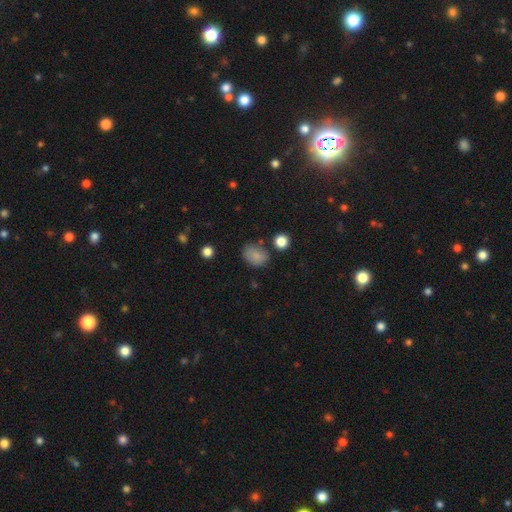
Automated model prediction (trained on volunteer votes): This appears to be a smooth galaxy with no disk features (83%) that is in between round and cigar-shaped (69%). Merging: none (73%).